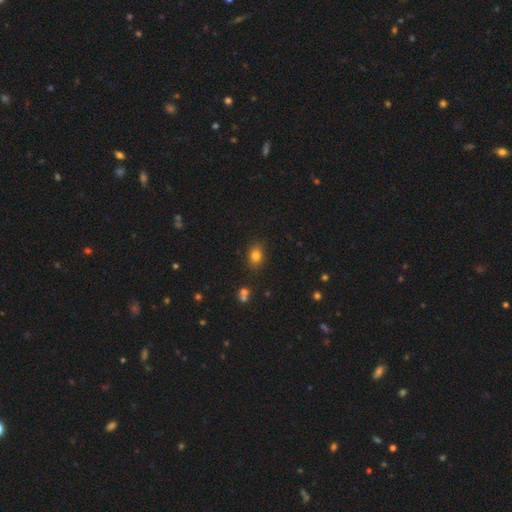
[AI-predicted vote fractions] Overall: smooth (81%). How rounded: in between (64%; round 34%). Merging: none (84%).